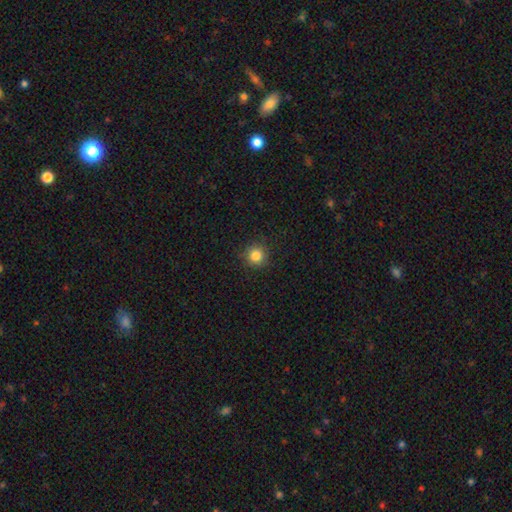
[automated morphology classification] A smooth galaxy with no disk features (83%) that is round (94%). Merging: none (90%).